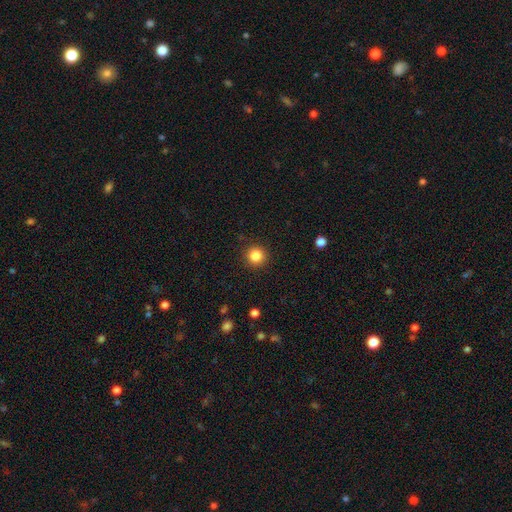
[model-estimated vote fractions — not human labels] A smooth galaxy with no disk features (85%) that is round (95%).

Vote fractions:
- Smooth or featured? smooth: 85% / star or artifact: 11% / featured or disk: 4%
- How rounded? round: 95% / in between: 4% / cigar-shaped: 1%
- Merging? none: 92% / minor disturbance: 5% / major disturbance: 2% / merger: 1%